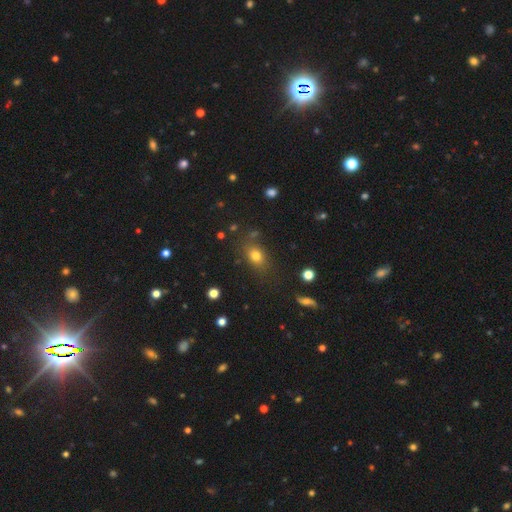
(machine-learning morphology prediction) Smooth or featured: smooth — 75% (star or artifact — 15%)
How rounded: in between — 63% (round — 34%)
Merging: none — 76% (minor disturbance — 14%)